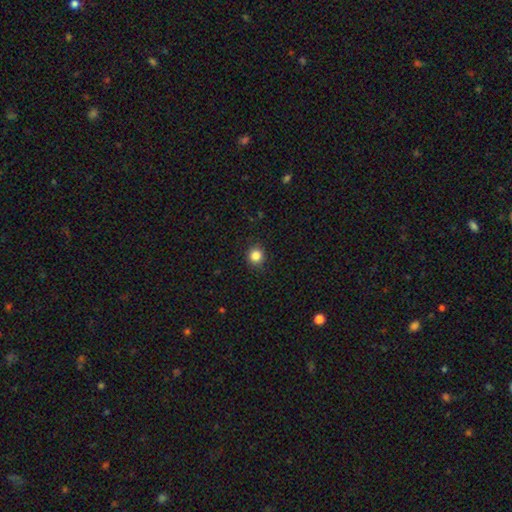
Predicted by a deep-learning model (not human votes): This appears to be a smooth galaxy with no disk features (85%) that is round (90%). Merging: none (91%).